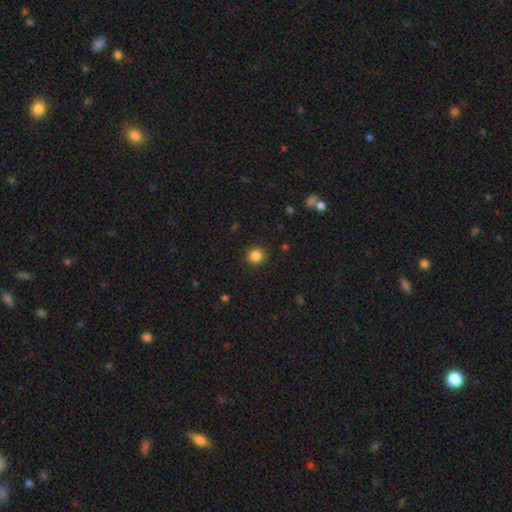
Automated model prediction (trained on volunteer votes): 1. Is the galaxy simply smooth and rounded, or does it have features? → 85% smooth, 11% star or artifact, 4% featured or disk.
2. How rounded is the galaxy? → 90% round, 9% in between, 1% cigar-shaped.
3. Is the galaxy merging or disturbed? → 91% none, 6% minor disturbance, 2% major disturbance, 1% merger.